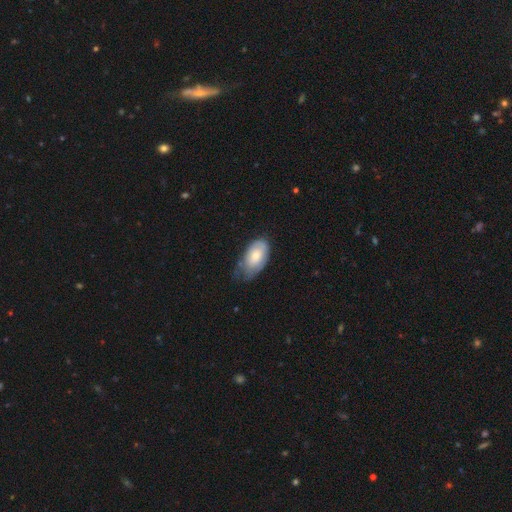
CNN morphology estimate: type=smooth (65%); roundness=in between (93%); merging=none (43%).